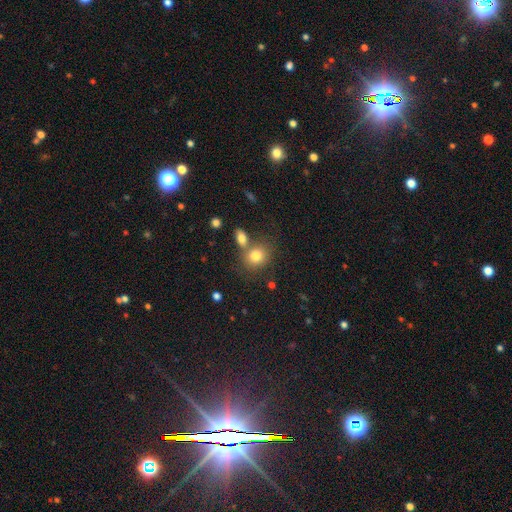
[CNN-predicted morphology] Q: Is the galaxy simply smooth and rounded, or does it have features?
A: smooth — 79%.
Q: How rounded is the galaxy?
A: round — 62%.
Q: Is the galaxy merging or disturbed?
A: none — 57%.